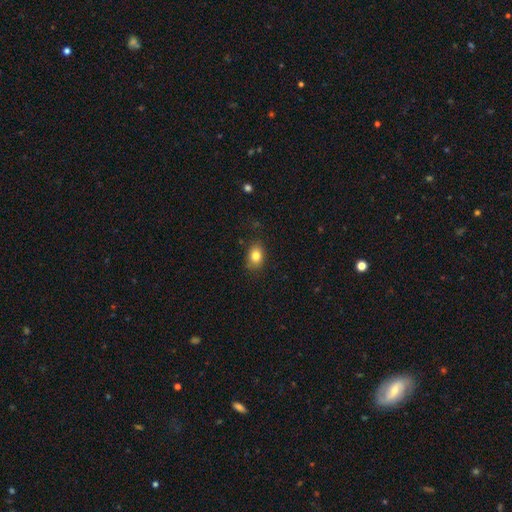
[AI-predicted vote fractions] smooth_or_featured: smooth (p=0.82) [alt: star or artifact p=0.10]
how_rounded: in between (p=0.71) [alt: round p=0.28]
merging: none (p=0.83) [alt: minor disturbance p=0.13]